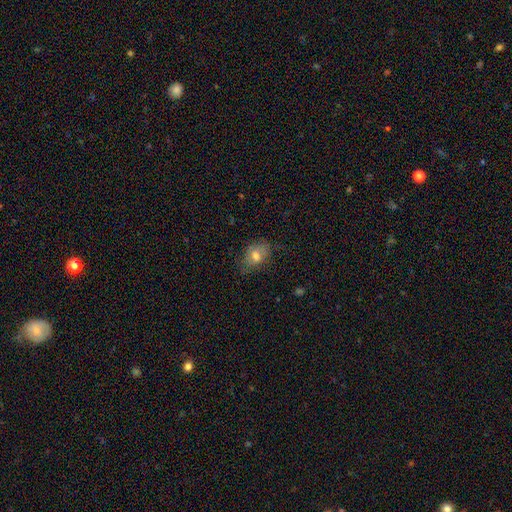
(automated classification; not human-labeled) A smooth galaxy with no disk features (68%) that is in between round and cigar-shaped (75%). Merging: none (66%).